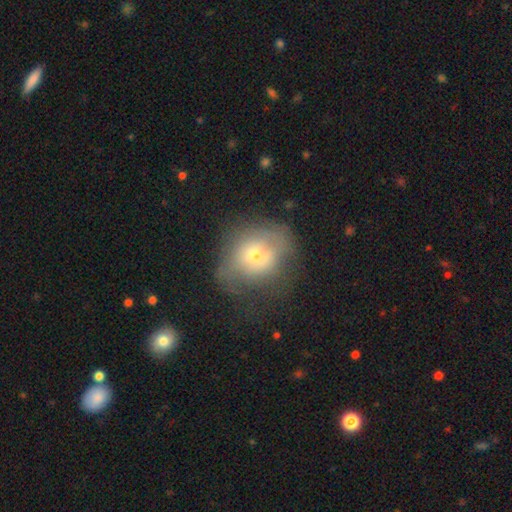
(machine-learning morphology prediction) smooth-or-featured: smooth: 50% | featured or disk: 39% | star or artifact: 11%
  merging: none: 46% | minor disturbance: 28% | major disturbance: 22% | merger: 4%